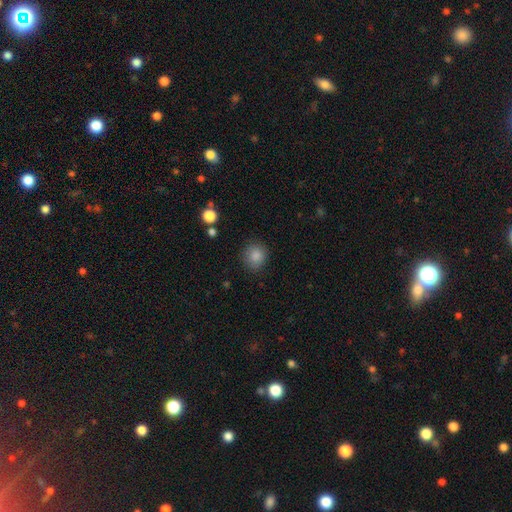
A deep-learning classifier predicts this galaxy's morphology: Smooth or featured: smooth — 86% (star or artifact — 10%)
How rounded: round — 85% (in between — 14%)
Merging: none — 86% (minor disturbance — 10%)